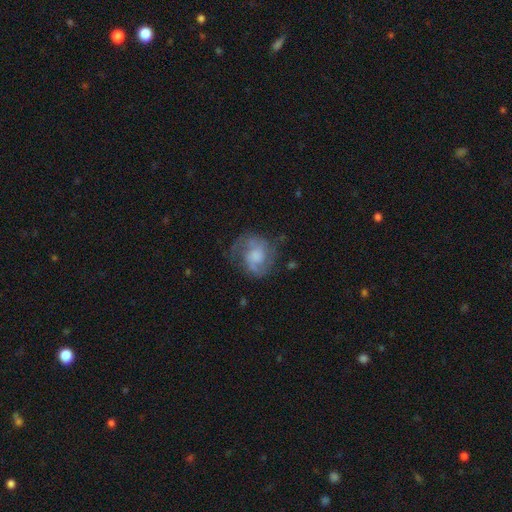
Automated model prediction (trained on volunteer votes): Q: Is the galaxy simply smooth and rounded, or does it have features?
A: featured or disk — 71%.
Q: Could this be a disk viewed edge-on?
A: no — 98%.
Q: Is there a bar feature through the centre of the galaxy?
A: no — 65%.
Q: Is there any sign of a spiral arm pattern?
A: yes — 90%.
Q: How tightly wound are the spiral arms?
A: medium — 49%.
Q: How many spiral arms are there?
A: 2 — 78%.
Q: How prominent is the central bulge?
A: moderate — 30%.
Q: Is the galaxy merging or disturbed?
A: none — 64%.